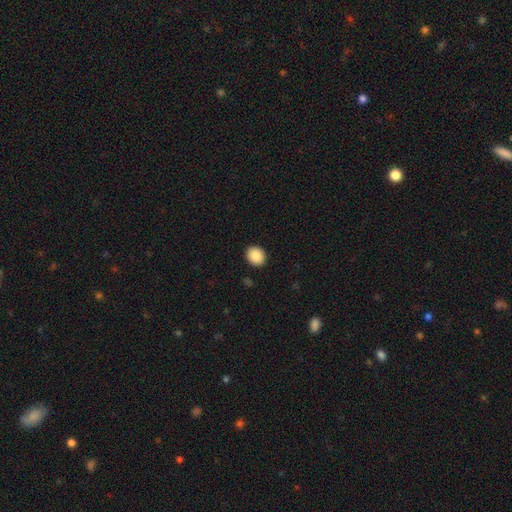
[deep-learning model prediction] The model was most divided on "how rounded": round: 67%, in between: 32%, cigar-shaped: 1%. More confident: merging — none (92%); smooth or featured — smooth (88%).